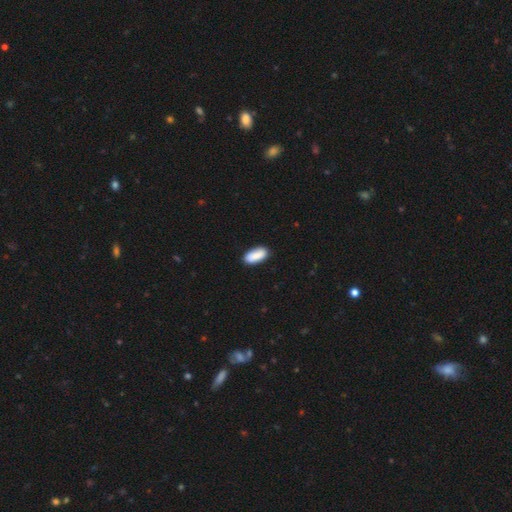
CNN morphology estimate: Smooth or featured? Predicted: smooth (p=0.88). How rounded? Predicted: in between (p=0.86). Merging? Predicted: none (p=0.86).